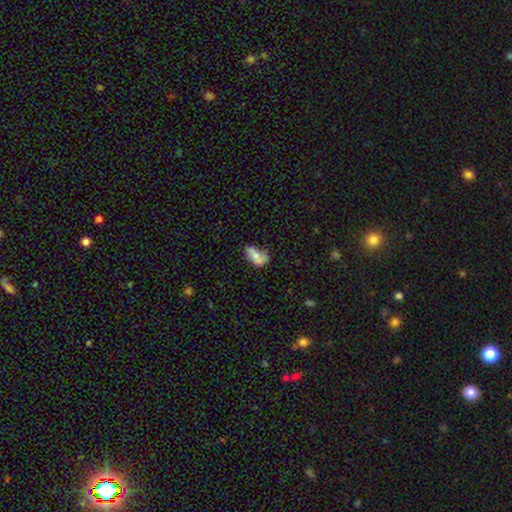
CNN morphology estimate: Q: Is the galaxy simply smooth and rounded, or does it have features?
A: smooth — 58%.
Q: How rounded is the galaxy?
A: in between — 89%.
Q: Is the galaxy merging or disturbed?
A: none — 44%.